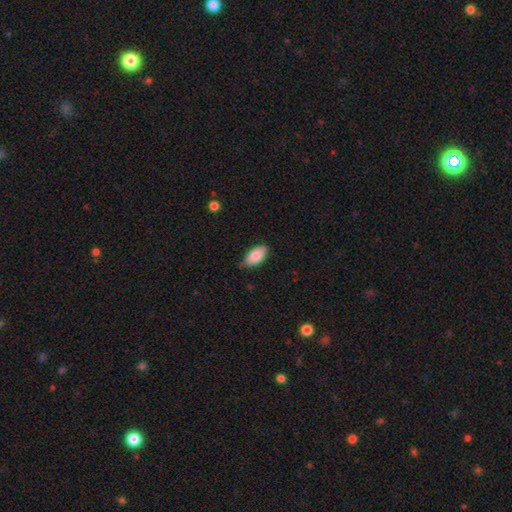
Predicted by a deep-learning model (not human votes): Overall: smooth (88%). How rounded: in between (94%). Merging: none (79%).